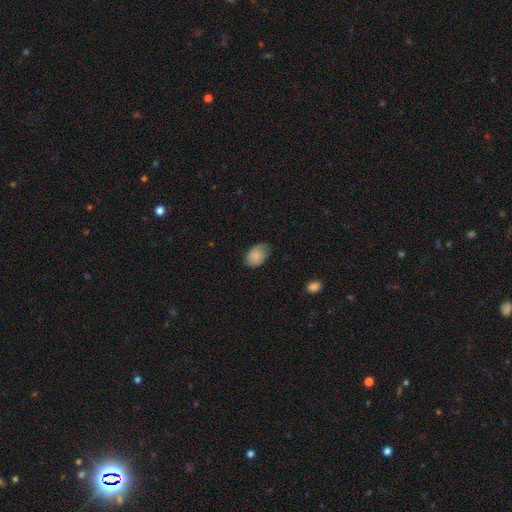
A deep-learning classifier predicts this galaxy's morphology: Overall: smooth (84%). How rounded: in between (87%). Merging: none (70%).